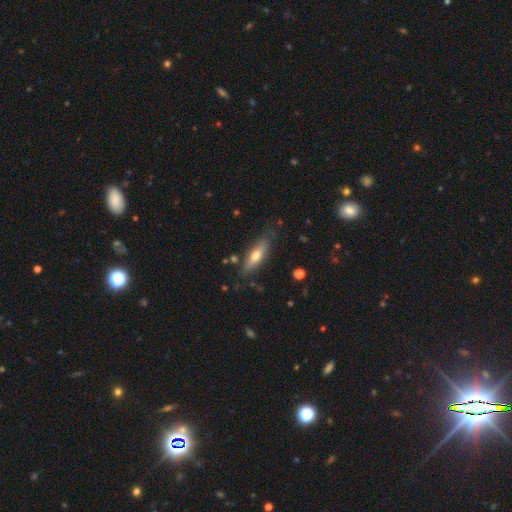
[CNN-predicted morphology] smooth 58%, featured or disk 35%, star or artifact 6%. Down the decision tree: how rounded — cigar-shaped (53%); merging — none (76%).